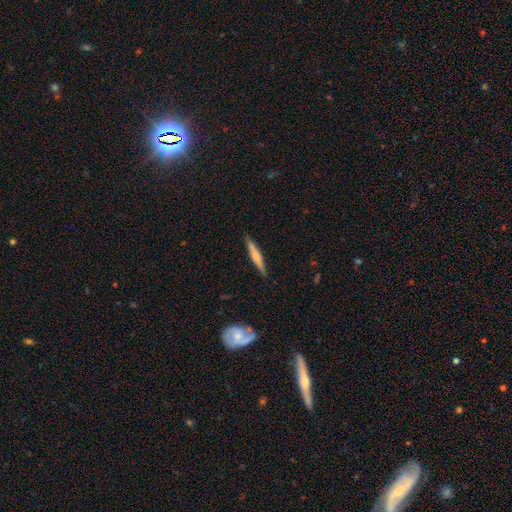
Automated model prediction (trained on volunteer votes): Morphology: type=smooth (50%); merging=none (89%).